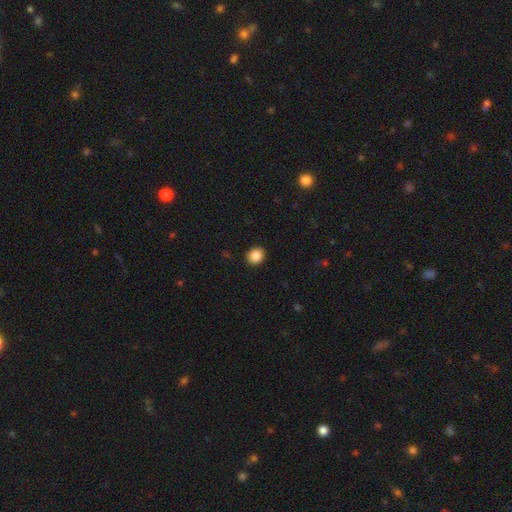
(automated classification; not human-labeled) Smooth or featured?
  - smooth: 88% *
  - star or artifact: 9%
  - featured or disk: 4%
How rounded?
  - round: 75% *
  - in between: 24%
  - cigar-shaped: 1%
Merging?
  - none: 92% *
  - minor disturbance: 6%
  - major disturbance: 2%
  - merger: 1%